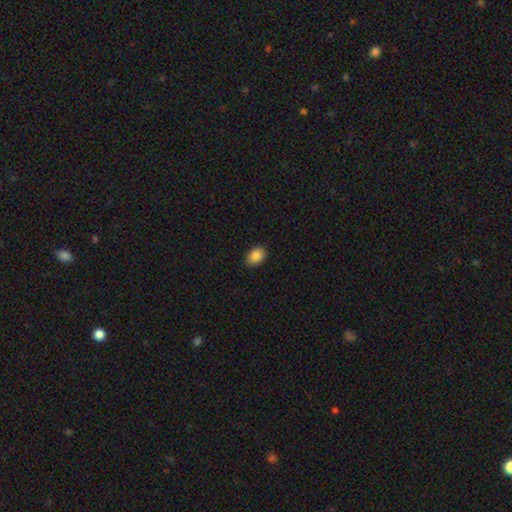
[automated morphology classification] smooth_or_featured: smooth (p=0.87) [alt: star or artifact p=0.09]
how_rounded: in between (p=0.75) [alt: round p=0.24]
merging: none (p=0.89) [alt: minor disturbance p=0.09]